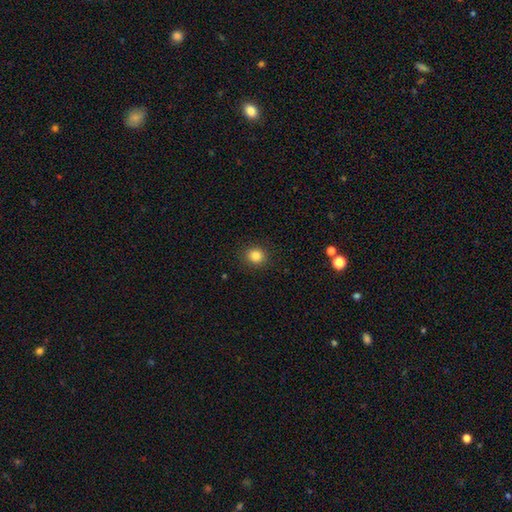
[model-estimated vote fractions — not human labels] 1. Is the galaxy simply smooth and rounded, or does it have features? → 84% smooth, 11% star or artifact, 5% featured or disk.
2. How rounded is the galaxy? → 84% round, 15% in between, 1% cigar-shaped.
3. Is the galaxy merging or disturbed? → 91% none, 6% minor disturbance, 2% major disturbance, 1% merger.